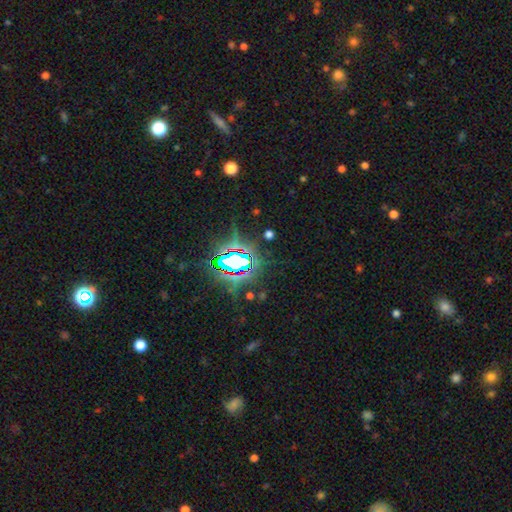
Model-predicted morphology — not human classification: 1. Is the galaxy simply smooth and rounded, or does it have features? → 82% star or artifact, 11% smooth, 8% featured or disk.